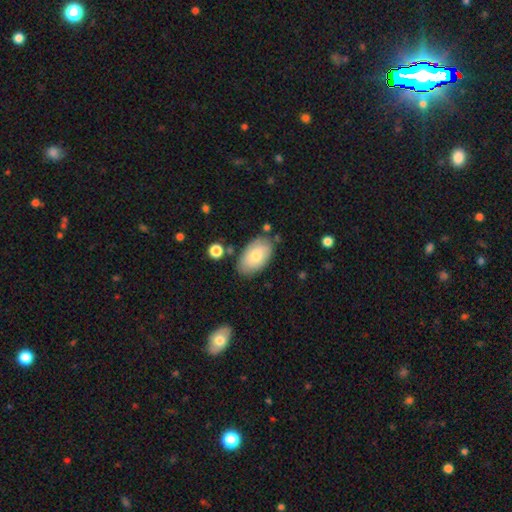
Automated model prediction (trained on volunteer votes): Smooth or featured? Predicted: smooth (p=0.76). How rounded? Predicted: in between (p=0.94). Merging? Predicted: none (p=0.79).